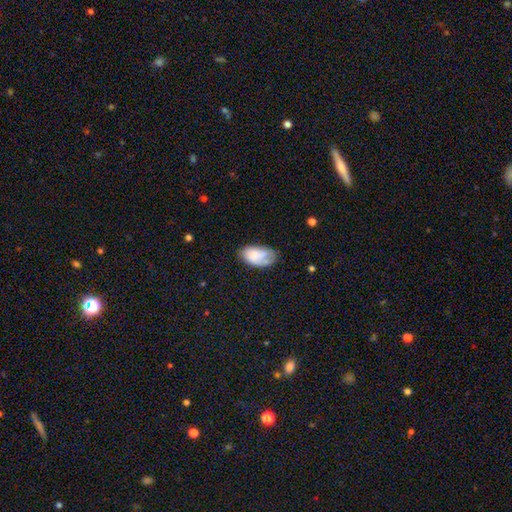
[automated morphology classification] Smooth or featured? Predicted: smooth (p=0.72). How rounded? Predicted: in between (p=0.94). Merging? Predicted: none (p=0.50).